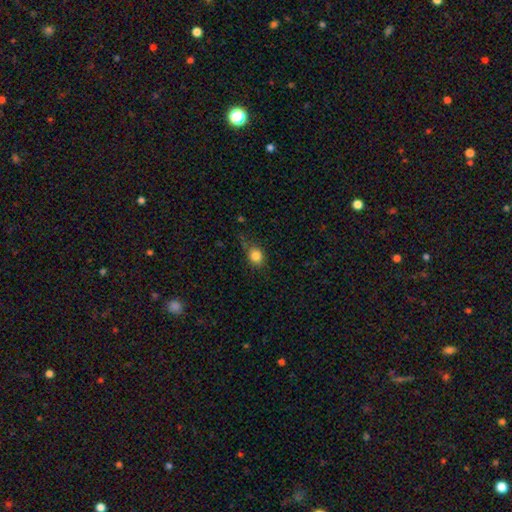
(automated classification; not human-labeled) smooth 84%, star or artifact 10%, featured or disk 6%. Down the decision tree: how rounded — round (59%); merging — none (67%).